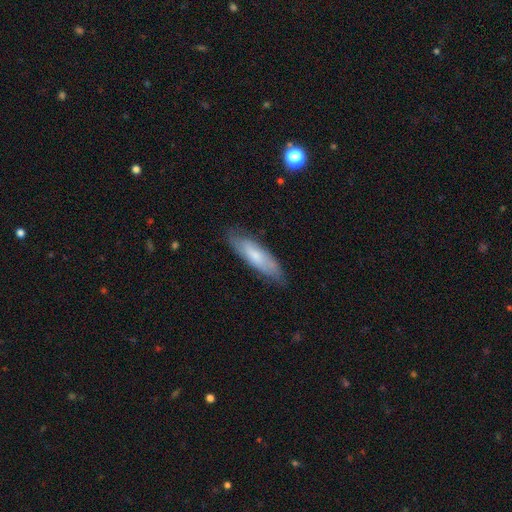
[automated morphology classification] A smooth galaxy with no disk features (58%) that is cigar-shaped (60%).

Vote fractions:
- Smooth or featured? smooth: 58% / featured or disk: 36% / star or artifact: 6%
- How rounded? cigar-shaped: 60% / in between: 38% / round: 2%
- Merging? none: 79% / minor disturbance: 16% / major disturbance: 3% / merger: 1%